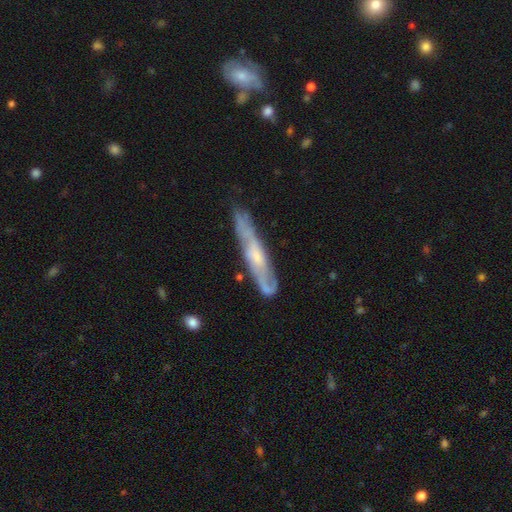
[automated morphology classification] Smooth or featured? Predicted: featured or disk (p=0.71). Edge-on disk? Predicted: yes (p=0.64). Merging? Predicted: none (p=0.73).